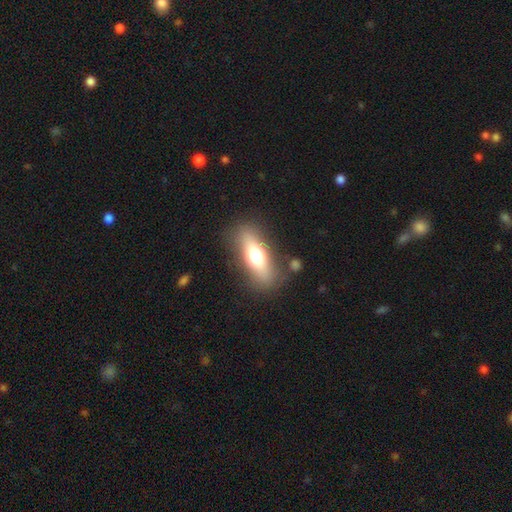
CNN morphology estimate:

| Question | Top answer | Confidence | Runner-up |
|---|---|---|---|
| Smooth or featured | smooth | 57% | featured or disk (35%) |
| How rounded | in between | 58% | cigar-shaped (37%) |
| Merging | none | 81% | minor disturbance (11%) |